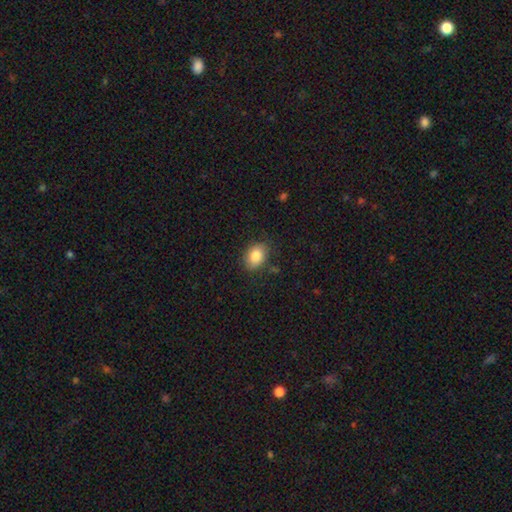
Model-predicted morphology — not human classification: A smooth galaxy with no disk features (84%) that is in between round and cigar-shaped (69%). Merging: none (79%).